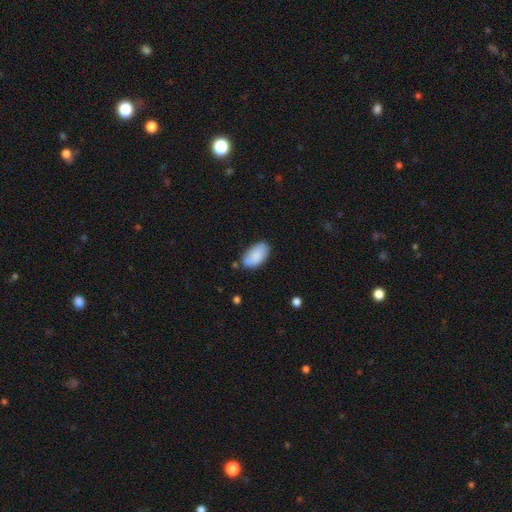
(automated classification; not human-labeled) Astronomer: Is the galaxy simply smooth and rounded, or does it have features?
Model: smooth — 84%.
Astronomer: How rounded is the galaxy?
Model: in between — 95%.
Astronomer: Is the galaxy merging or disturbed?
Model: none — 72%.